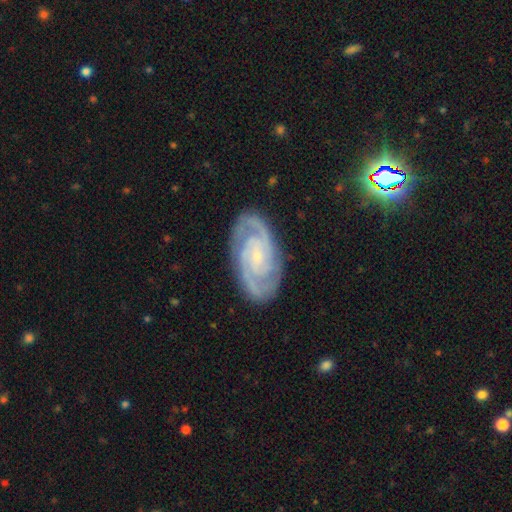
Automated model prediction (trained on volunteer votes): This is clearly a featured or disk galaxy (91%). It is clearly not viewed edge-on (97%). Bar: possibly no (53%). Spiral arm pattern: clearly yes (98%). Spiral arm count: likely 2 (75%). Spiral winding: likely tight (66%). Central bulge: likely small (79%). Merging: clearly none (84%).